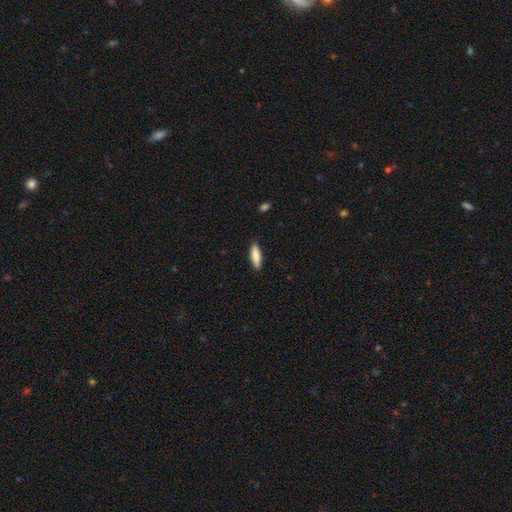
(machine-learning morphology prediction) This is clearly a smooth galaxy (84%). How rounded: possibly in between (50%). Merging: clearly none (88%).